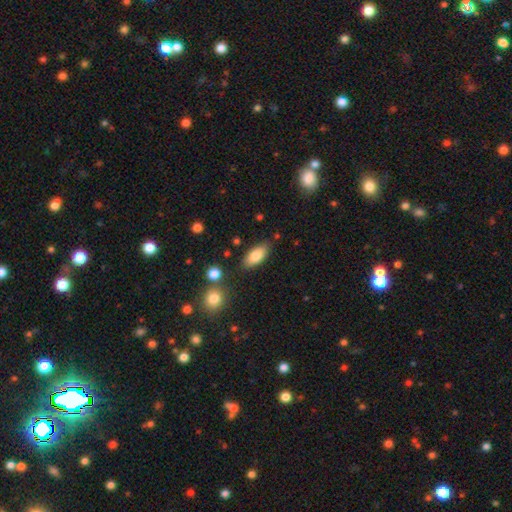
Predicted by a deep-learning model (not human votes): A smooth galaxy with no disk features (82%) that is in between round and cigar-shaped (86%). Merging: none (80%).